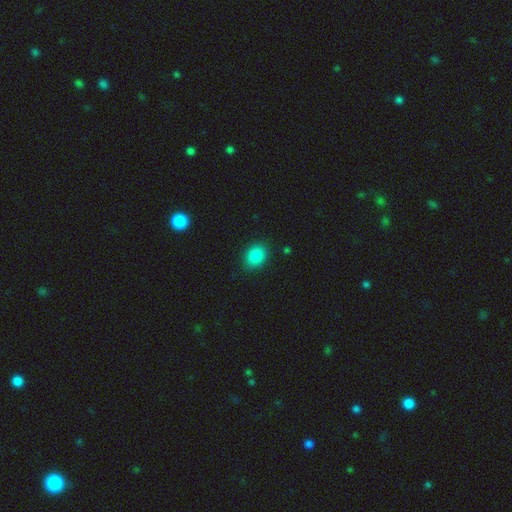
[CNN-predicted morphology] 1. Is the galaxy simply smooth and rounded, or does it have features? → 85% smooth, 10% star or artifact, 5% featured or disk.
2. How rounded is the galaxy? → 52% in between, 47% round, 1% cigar-shaped.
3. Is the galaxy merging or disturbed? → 87% none, 9% minor disturbance, 2% major disturbance, 1% merger.